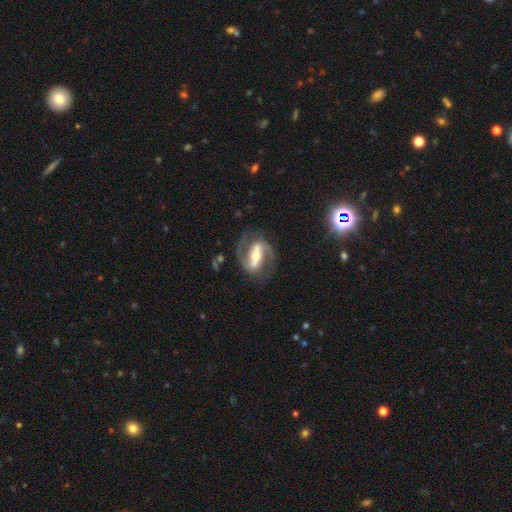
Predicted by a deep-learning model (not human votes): A featured or disk galaxy (86%) with a strong bar (74%), 2 (91%) medium (55%) spiral arms (92%) and a moderate central bulge (51%).

Vote fractions:
- Smooth or featured? featured or disk: 86% / smooth: 10% / star or artifact: 5%
- Edge-on disk? no: 93% / yes: 7%
- Bar? strong: 74% / weak: 19% / no: 8%
- Spiral arms? yes: 92% / no: 8%
- Spiral winding? medium: 55% / tight: 24% / loose: 21%
- Spiral arm count? 2: 91% / can't tell: 3% / 1: 3% / 3: 1% / 4: 1% / more than 4: 1%
- Bulge size? moderate: 51% / small: 30% / large: 14% / none: 3% / dominant: 2%
- Merging? none: 76% / minor disturbance: 13% / major disturbance: 9% / merger: 2%